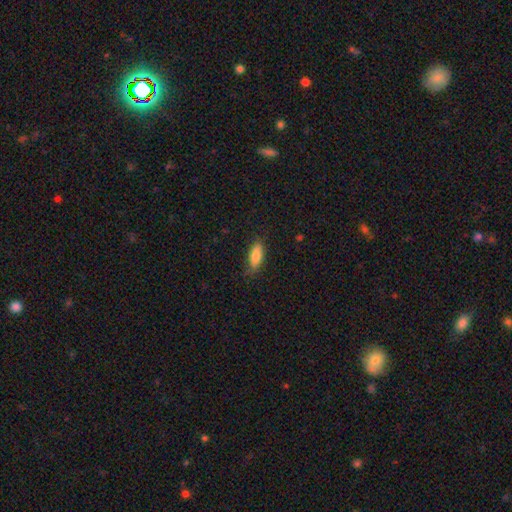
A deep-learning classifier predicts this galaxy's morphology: A smooth galaxy with no disk features (83%) that is in between round and cigar-shaped (75%). Merging: none (77%).